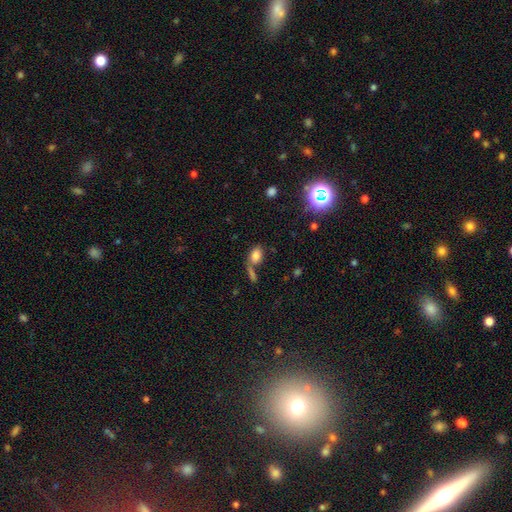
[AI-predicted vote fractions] Q: Smooth or featured?
A: smooth (80%); runner-up: star or artifact (11%)
Q: How rounded?
A: in between (86%); runner-up: round (11%)
Q: Merging?
A: none (48%); runner-up: merger (32%)